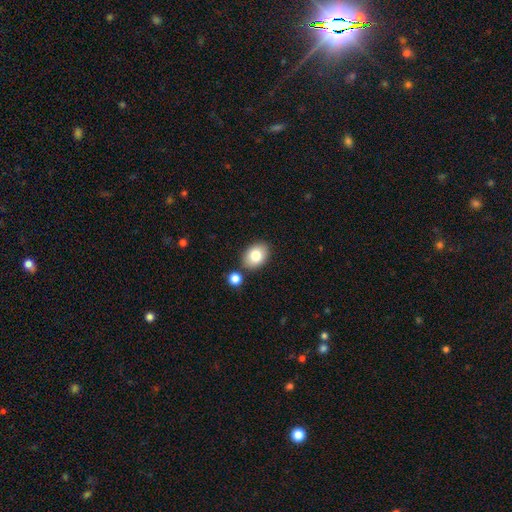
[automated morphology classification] Smooth or featured?
  - smooth: 81% *
  - featured or disk: 11%
  - star or artifact: 8%
How rounded?
  - in between: 77% *
  - round: 22%
  - cigar-shaped: 1%
Merging?
  - none: 79% *
  - minor disturbance: 11%
  - merger: 8%
  - major disturbance: 2%